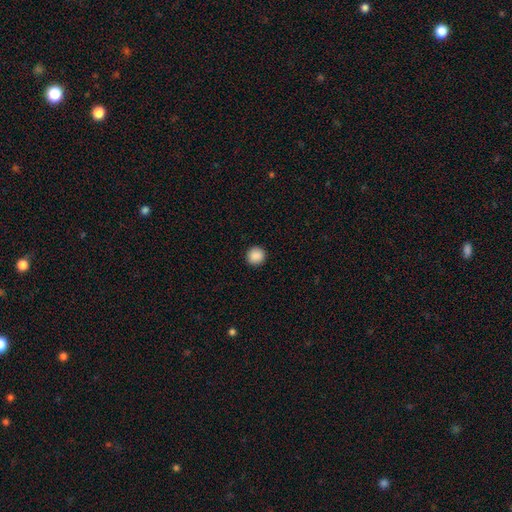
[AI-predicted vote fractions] Q: Smooth or featured?
A: smooth (89%); runner-up: star or artifact (8%)
Q: How rounded?
A: round (95%); runner-up: in between (4%)
Q: Merging?
A: none (93%); runner-up: minor disturbance (4%)